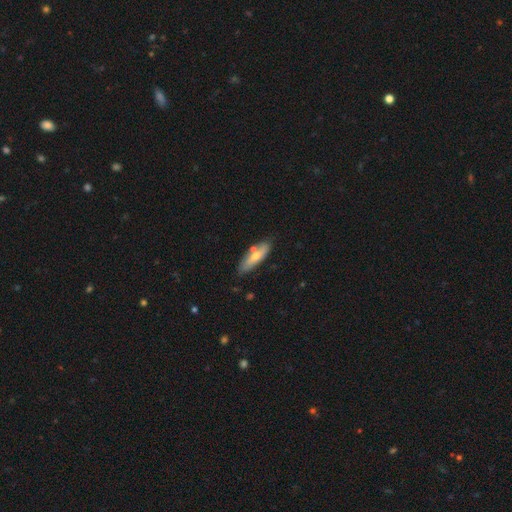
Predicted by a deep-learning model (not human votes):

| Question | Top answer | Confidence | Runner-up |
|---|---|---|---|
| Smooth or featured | smooth | 57% | featured or disk (37%) |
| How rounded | cigar-shaped | 54% | in between (44%) |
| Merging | none | 74% | minor disturbance (16%) |